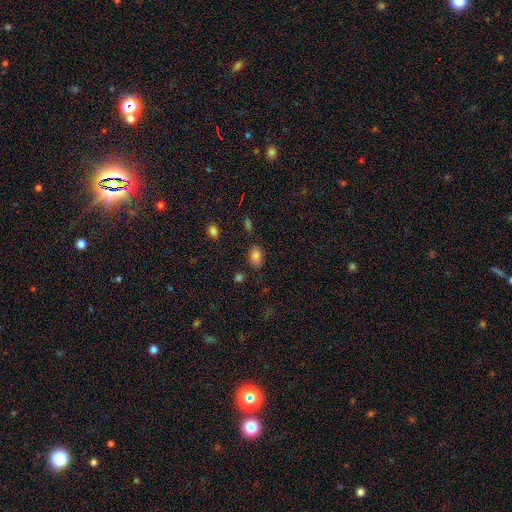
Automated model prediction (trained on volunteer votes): Smooth or featured?
  - smooth: 84% *
  - star or artifact: 10%
  - featured or disk: 6%
How rounded?
  - in between: 84% *
  - round: 15%
  - cigar-shaped: 1%
Merging?
  - none: 78% *
  - minor disturbance: 15%
  - major disturbance: 4%
  - merger: 4%